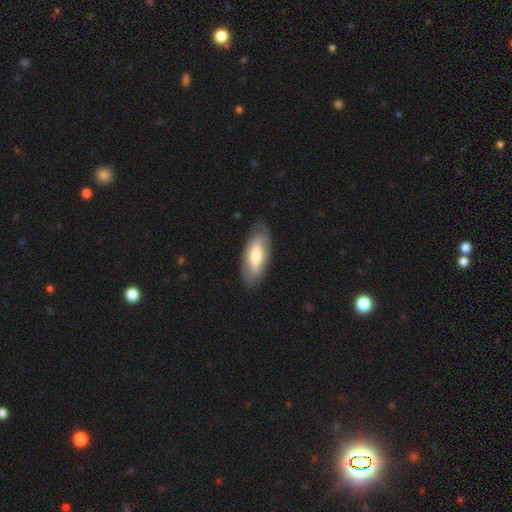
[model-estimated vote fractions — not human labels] smooth_or_featured: smooth (p=0.49) [alt: featured or disk p=0.46]
merging: none (p=0.80) [alt: minor disturbance p=0.15]